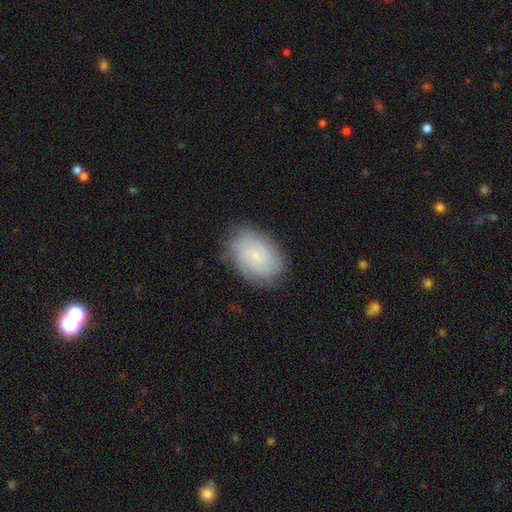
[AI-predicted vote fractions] A featured or disk galaxy (46%). Merging: none (79%).